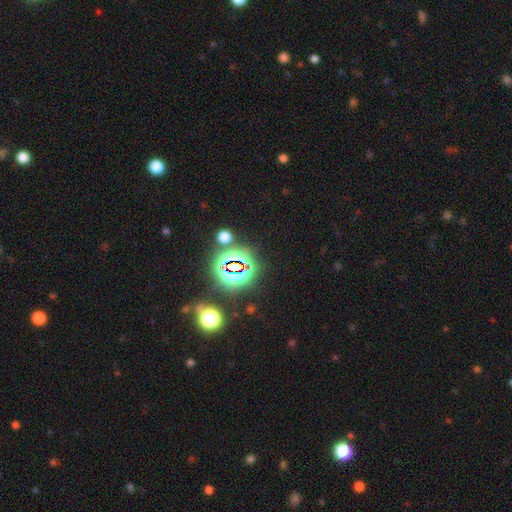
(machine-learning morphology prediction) A star or artifact, not a galaxy (81%).

Vote fractions:
- Smooth or featured? star or artifact: 81% / smooth: 11% / featured or disk: 7%